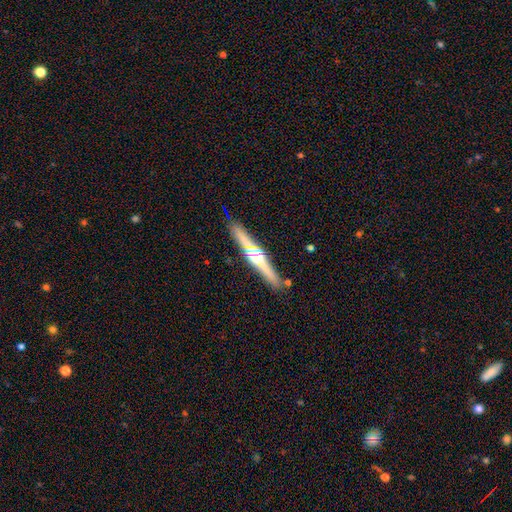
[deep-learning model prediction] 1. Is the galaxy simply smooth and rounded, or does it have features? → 73% featured or disk, 21% smooth, 6% star or artifact.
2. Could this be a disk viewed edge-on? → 97% yes, 3% no.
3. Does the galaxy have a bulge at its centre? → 92% rounded, 4% boxy, 4% none.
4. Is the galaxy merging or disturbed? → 88% none, 8% minor disturbance, 3% merger, 2% major disturbance.